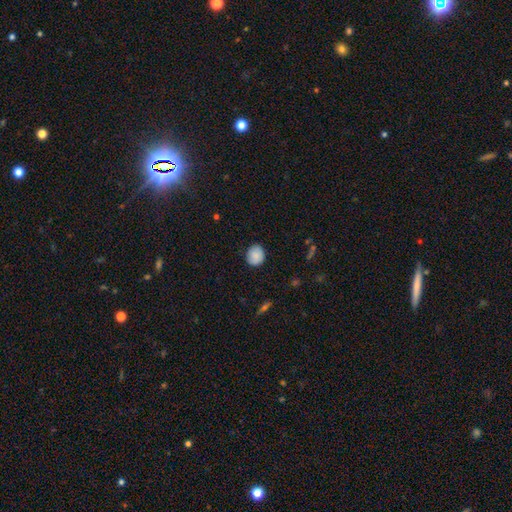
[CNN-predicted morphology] Overall: smooth (86%). How rounded: round (75%). Merging: none (85%).